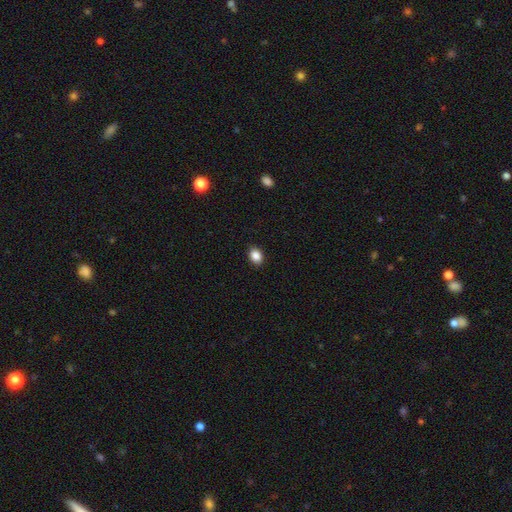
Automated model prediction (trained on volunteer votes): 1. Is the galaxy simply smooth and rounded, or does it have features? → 87% smooth, 9% star or artifact, 4% featured or disk.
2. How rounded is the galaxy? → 63% in between, 36% round, 1% cigar-shaped.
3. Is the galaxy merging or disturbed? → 90% none, 7% minor disturbance, 2% major disturbance, 1% merger.